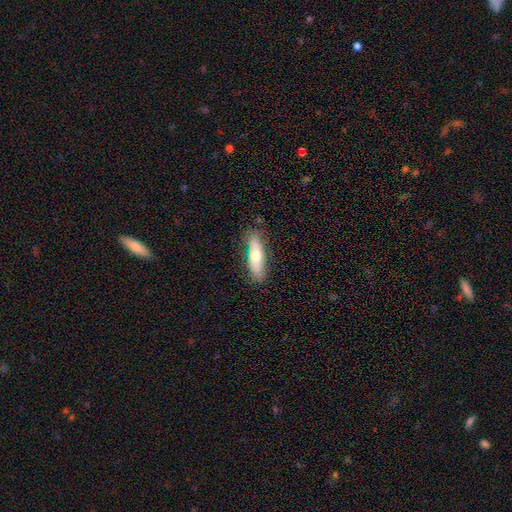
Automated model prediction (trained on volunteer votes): This appears to be a smooth galaxy with no disk features (63%) that is cigar-shaped (52%). Merging: none (82%).